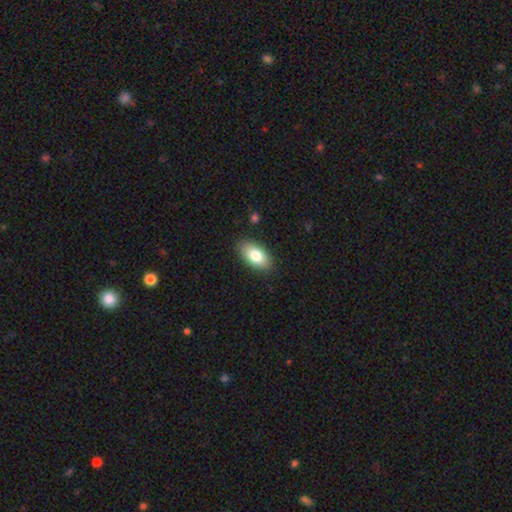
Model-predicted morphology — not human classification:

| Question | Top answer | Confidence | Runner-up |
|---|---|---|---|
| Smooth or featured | smooth | 80% | featured or disk (13%) |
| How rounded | in between | 93% | round (4%) |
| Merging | none | 87% | minor disturbance (10%) |